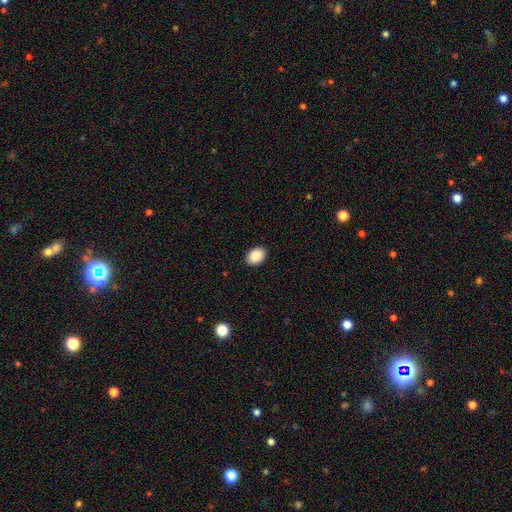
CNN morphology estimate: Smooth or featured? smooth (91%)
How rounded? in between (78%)
Merging? none (91%)